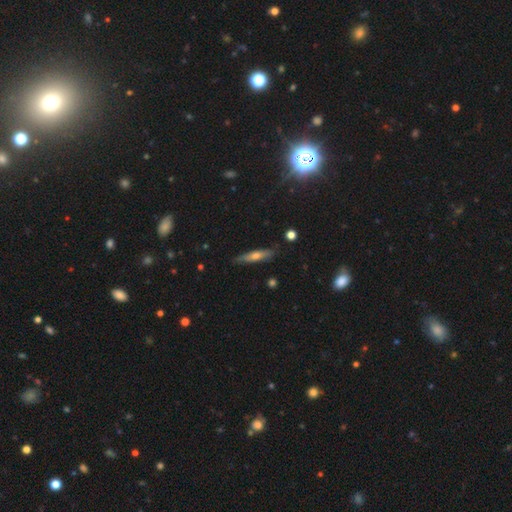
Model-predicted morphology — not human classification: Smooth or featured: smooth — 47% (featured or disk — 45%)
Merging: none — 83% (minor disturbance — 13%)